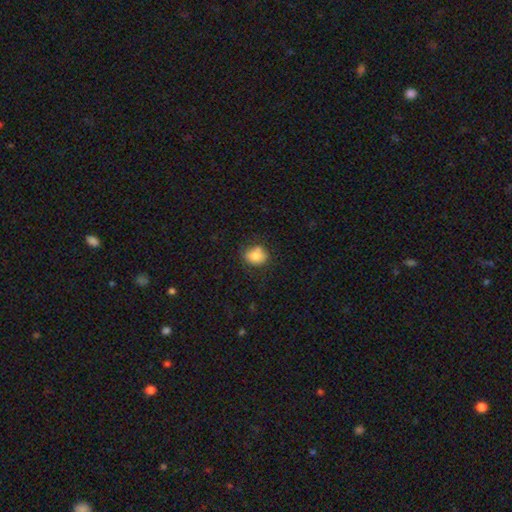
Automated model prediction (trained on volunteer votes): Q: Smooth or featured?
A: smooth (81%); runner-up: featured or disk (10%)
Q: How rounded?
A: round (57%); runner-up: in between (42%)
Q: Merging?
A: none (65%); runner-up: minor disturbance (21%)